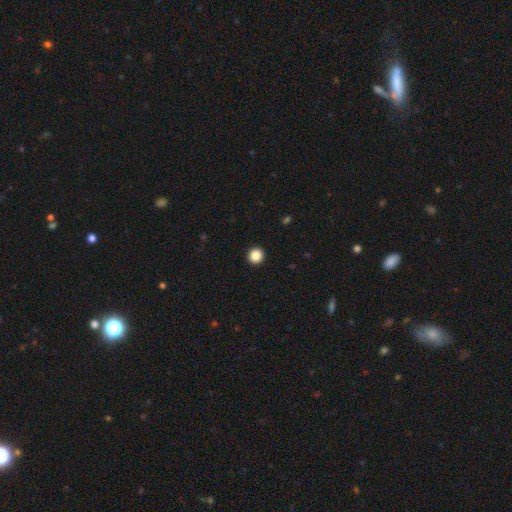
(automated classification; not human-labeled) Smooth or featured: smooth — 87% (star or artifact — 10%)
How rounded: round — 95% (in between — 4%)
Merging: none — 94% (minor disturbance — 4%)